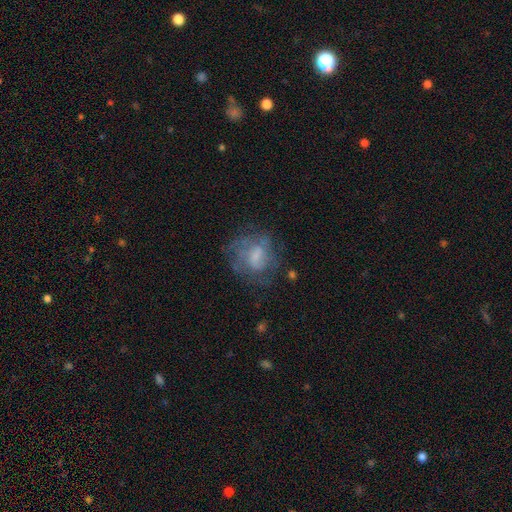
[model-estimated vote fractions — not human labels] A featured or disk galaxy (49%). Merging: none (54%).